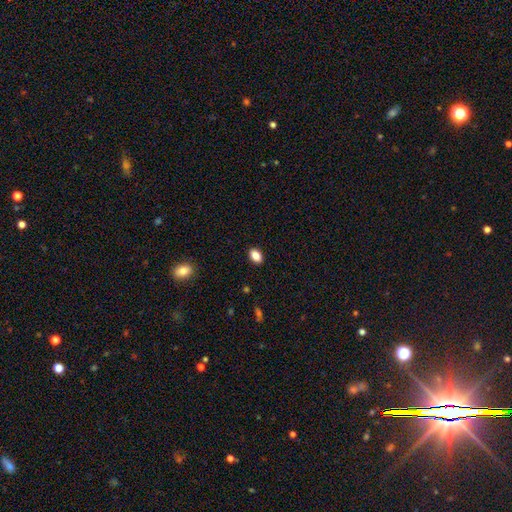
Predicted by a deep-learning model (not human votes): Smooth or featured? Predicted: smooth (p=0.86). How rounded? Predicted: in between (p=0.85). Merging? Predicted: none (p=0.90).